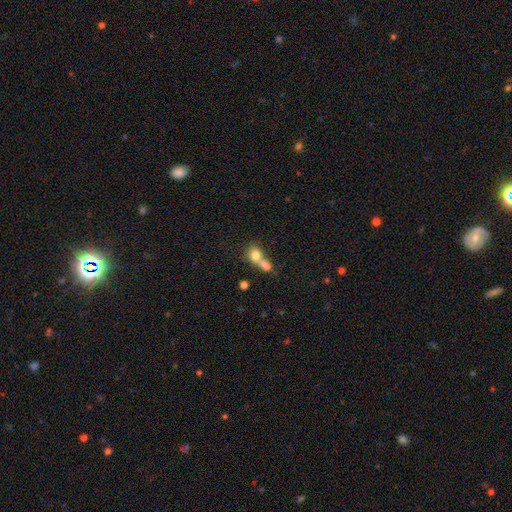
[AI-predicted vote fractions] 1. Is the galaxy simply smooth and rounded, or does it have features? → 73% smooth, 17% featured or disk, 10% star or artifact.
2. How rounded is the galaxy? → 69% round, 29% in between, 2% cigar-shaped.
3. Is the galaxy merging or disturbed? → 68% merger, 22% none, 6% minor disturbance, 4% major disturbance.